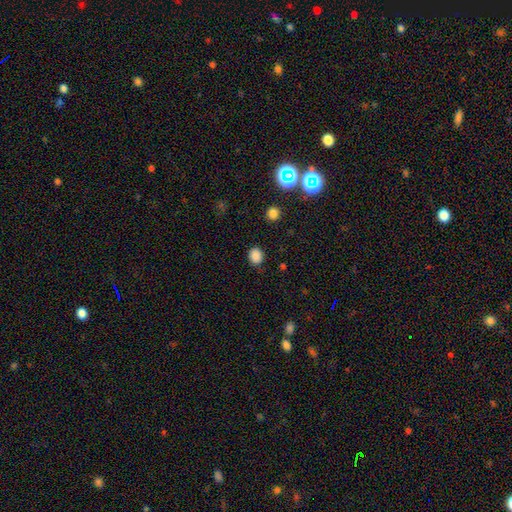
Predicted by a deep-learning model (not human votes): smooth-or-featured: smooth: 86% | star or artifact: 11% | featured or disk: 3%
  how-rounded: round: 62% | in between: 37% | cigar-shaped: 1%
  merging: none: 85% | minor disturbance: 11% | major disturbance: 3% | merger: 1%